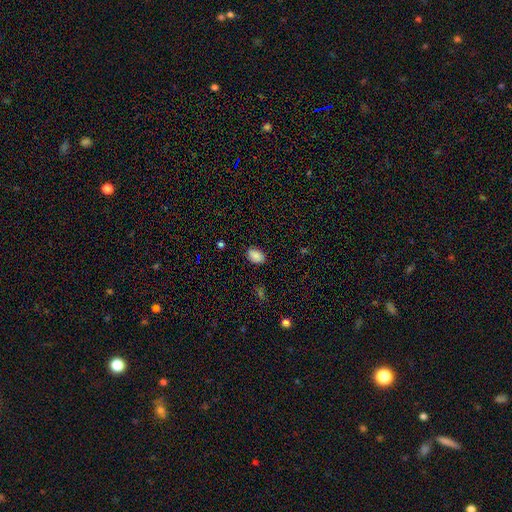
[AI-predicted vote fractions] Smooth or featured? Predicted: smooth (p=0.87). How rounded? Predicted: in between (p=0.86). Merging? Predicted: none (p=0.86).